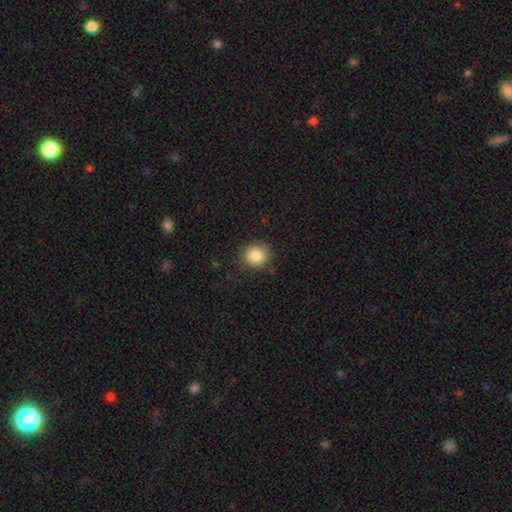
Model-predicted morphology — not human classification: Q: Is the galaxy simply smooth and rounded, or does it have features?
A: smooth — 85%.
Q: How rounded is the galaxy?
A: round — 89%.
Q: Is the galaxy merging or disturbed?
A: none — 85%.